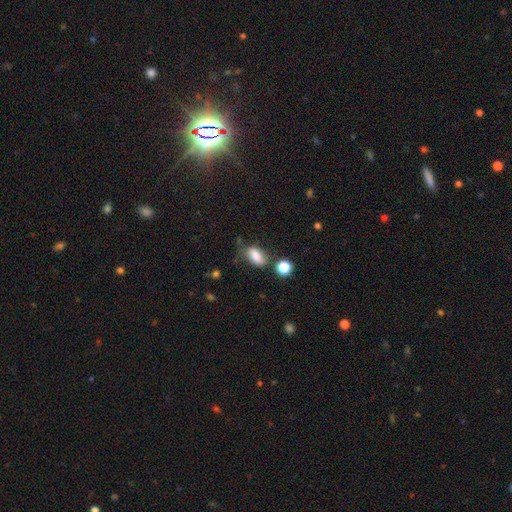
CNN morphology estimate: A smooth galaxy with no disk features (78%) that is in between round and cigar-shaped (85%). Merging: none (57%).